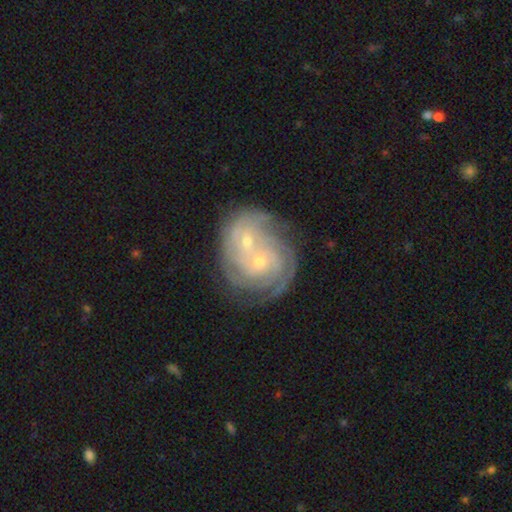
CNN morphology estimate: A featured or disk galaxy (85%) with no bar (71%), tight (77%) spiral arms (95%) and a small central bulge (74%).

Vote fractions:
- Smooth or featured? featured or disk: 85% / smooth: 9% / star or artifact: 6%
- Edge-on disk? no: 98% / yes: 2%
- Bar? no: 71% / weak: 23% / strong: 6%
- Spiral arms? yes: 95% / no: 5%
- Spiral winding? tight: 77% / medium: 19% / loose: 4%
- Spiral arm count? can't tell: 32% / 3: 23% / 2: 20% / 4: 13% / more than 4: 7% / 1: 6%
- Bulge size? small: 74% / moderate: 22% / none: 2% / large: 1% / dominant: 1%
- Merging? merger: 58% / none: 29% / minor disturbance: 9% / major disturbance: 4%